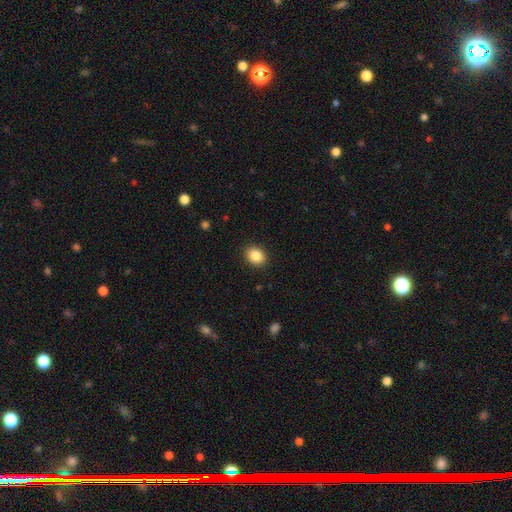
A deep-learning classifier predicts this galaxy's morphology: Smooth or featured: smooth — 87% (star or artifact — 9%)
How rounded: round — 50% (in between — 49%)
Merging: none — 90% (minor disturbance — 7%)